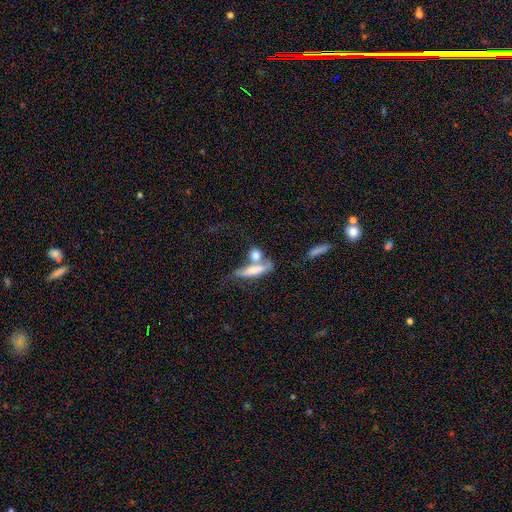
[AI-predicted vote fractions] This is likely a smooth galaxy (68%). How rounded: marginally in between (41%). Merging: possibly merger (46%).